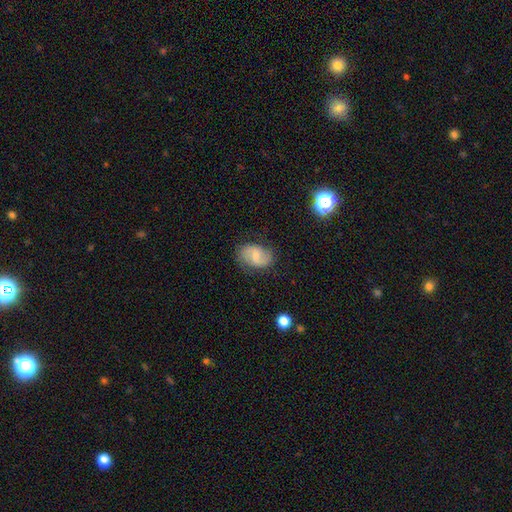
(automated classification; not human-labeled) Smooth or featured?
  - featured or disk: 55% *
  - smooth: 37%
  - star or artifact: 7%
Edge-on disk?
  - no: 97% *
  - yes: 3%
Bar?
  - weak: 57% *
  - no: 23%
  - strong: 20%
Spiral arms?
  - yes: 85% *
  - no: 15%
Bulge size?
  - small: 47% *
  - moderate: 41%
  - none: 8%
  - large: 3%
  - dominant: 1%
Merging?
  - none: 74% *
  - minor disturbance: 19%
  - major disturbance: 6%
  - merger: 1%